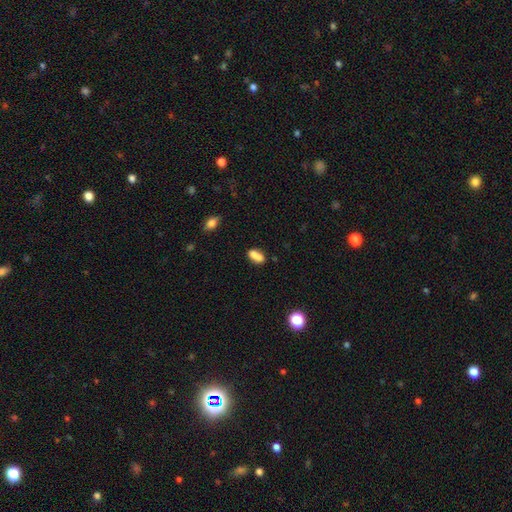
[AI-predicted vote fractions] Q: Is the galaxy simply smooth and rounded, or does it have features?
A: smooth — 73%.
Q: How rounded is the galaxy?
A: in between — 77%.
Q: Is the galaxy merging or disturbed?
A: merger — 48%.